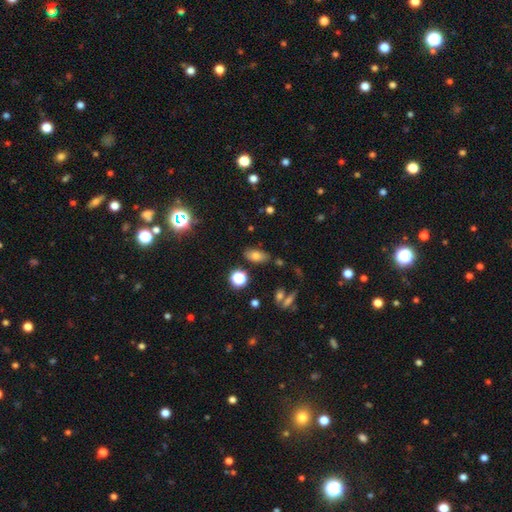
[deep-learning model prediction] This is likely a smooth galaxy (72%). How rounded: clearly in between (84%). Merging: likely none (79%).